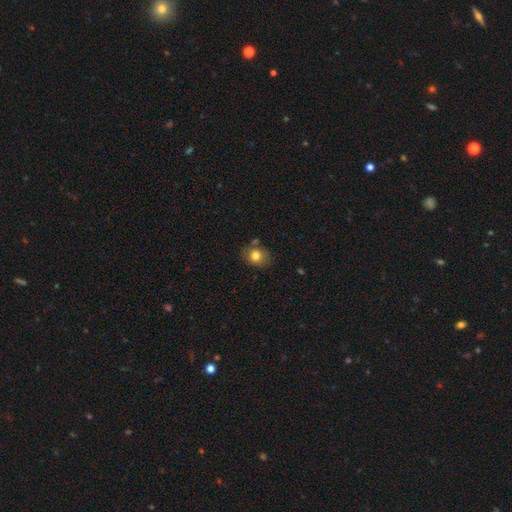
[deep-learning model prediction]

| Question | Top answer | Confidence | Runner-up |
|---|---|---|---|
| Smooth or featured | smooth | 79% | featured or disk (10%) |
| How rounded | round | 62% | in between (37%) |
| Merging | none | 72% | minor disturbance (15%) |